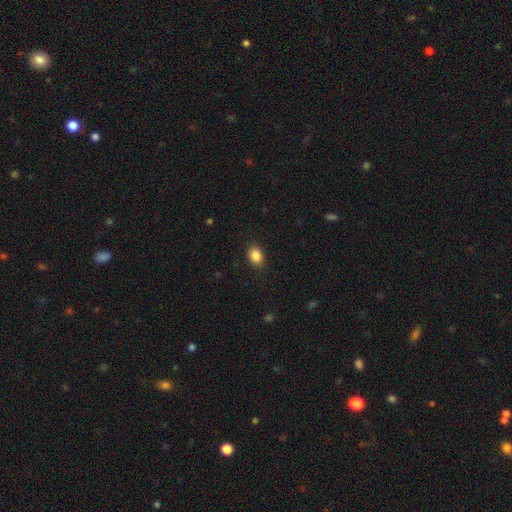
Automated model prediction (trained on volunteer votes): smooth_or_featured: smooth (p=0.86) [alt: star or artifact p=0.09]
how_rounded: in between (p=0.70) [alt: round p=0.29]
merging: none (p=0.90) [alt: minor disturbance p=0.07]